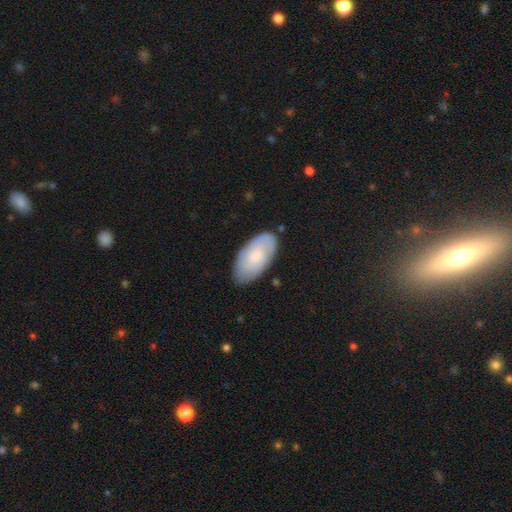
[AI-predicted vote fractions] Smooth or featured?
  - smooth: 57% *
  - featured or disk: 36%
  - star or artifact: 6%
How rounded?
  - in between: 94% *
  - cigar-shaped: 3%
  - round: 2%
Merging?
  - none: 79% *
  - minor disturbance: 16%
  - major disturbance: 3%
  - merger: 1%